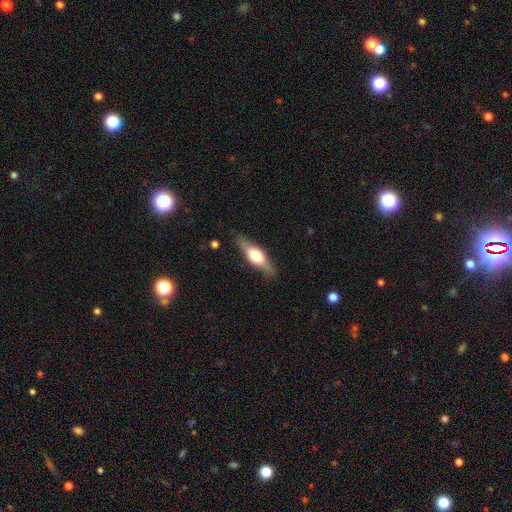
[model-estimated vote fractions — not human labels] smooth_or_featured: featured or disk (p=0.56) [alt: smooth p=0.38]
disk_edge_on: yes (p=0.91) [alt: no p=0.09]
edge_on_bulge: rounded (p=0.92) [alt: boxy p=0.07]
merging: none (p=0.83) [alt: minor disturbance p=0.13]